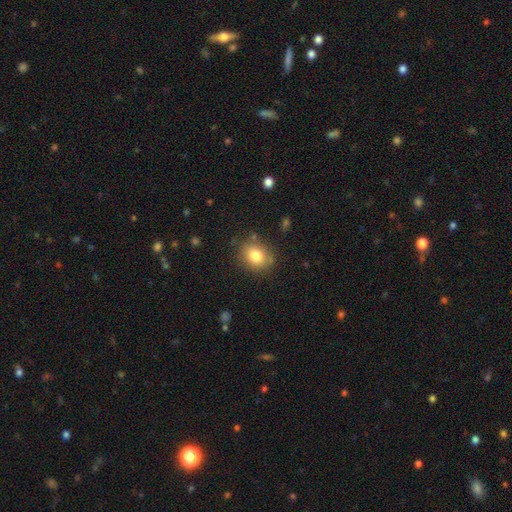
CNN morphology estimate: type=smooth (80%); roundness=round (63%); merging=none (81%).